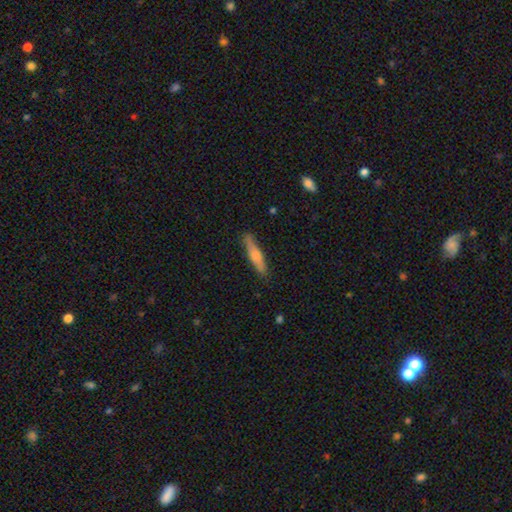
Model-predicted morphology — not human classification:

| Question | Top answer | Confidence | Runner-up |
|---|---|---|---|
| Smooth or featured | smooth | 66% | featured or disk (28%) |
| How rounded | cigar-shaped | 87% | in between (11%) |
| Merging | none | 85% | minor disturbance (12%) |